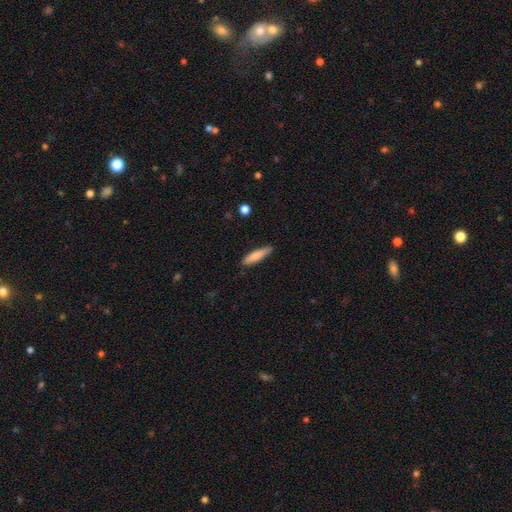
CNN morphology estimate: Smooth or featured? Predicted: smooth (p=0.82). How rounded? Predicted: cigar-shaped (p=0.79). Merging? Predicted: none (p=0.84).